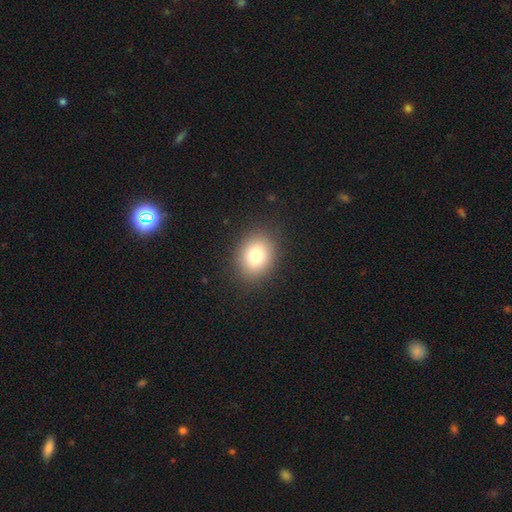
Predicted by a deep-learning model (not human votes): Smooth or featured: smooth — 77% (star or artifact — 12%)
How rounded: round — 52% (in between — 47%)
Merging: none — 88% (minor disturbance — 8%)